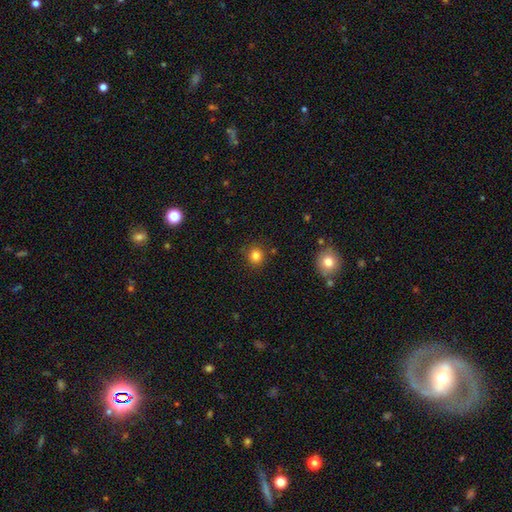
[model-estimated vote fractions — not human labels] Smooth or featured?
  - smooth: 82% *
  - star or artifact: 12%
  - featured or disk: 6%
How rounded?
  - round: 90% *
  - in between: 9%
  - cigar-shaped: 1%
Merging?
  - none: 86% *
  - minor disturbance: 8%
  - merger: 3%
  - major disturbance: 3%